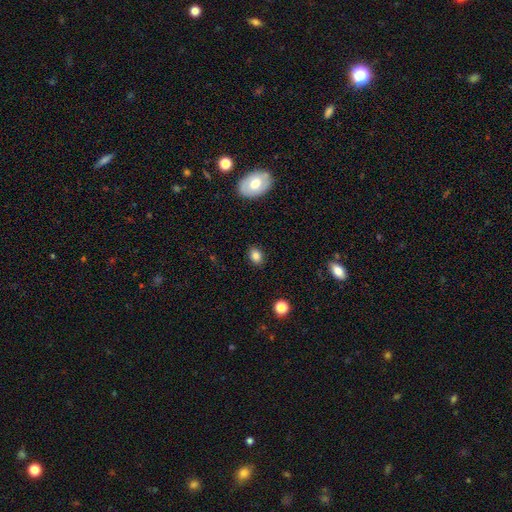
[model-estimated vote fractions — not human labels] smooth 83%, star or artifact 10%, featured or disk 7%. Down the decision tree: how rounded — in between (64%); merging — none (87%).